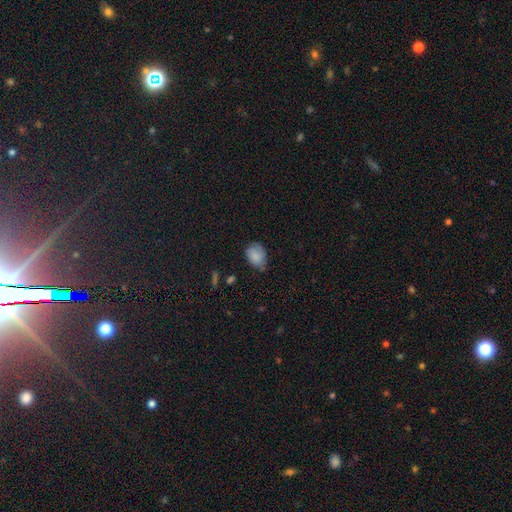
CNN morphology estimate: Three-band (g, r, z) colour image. It shows a smooth galaxy with no disk features (80%) that is in between round and cigar-shaped (63%). Merging: none (56%).